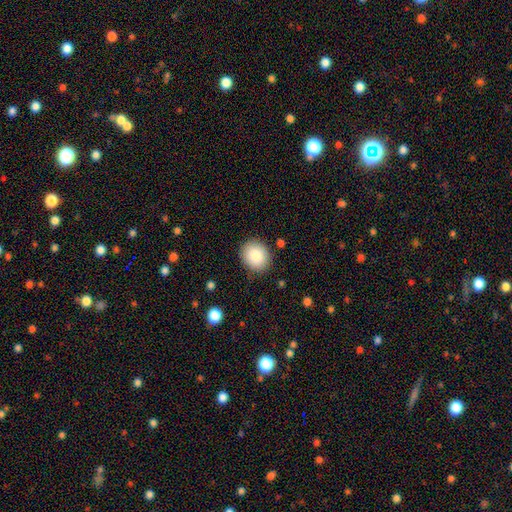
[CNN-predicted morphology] A smooth galaxy with no disk features (86%) that is round (68%). Merging: none (87%).